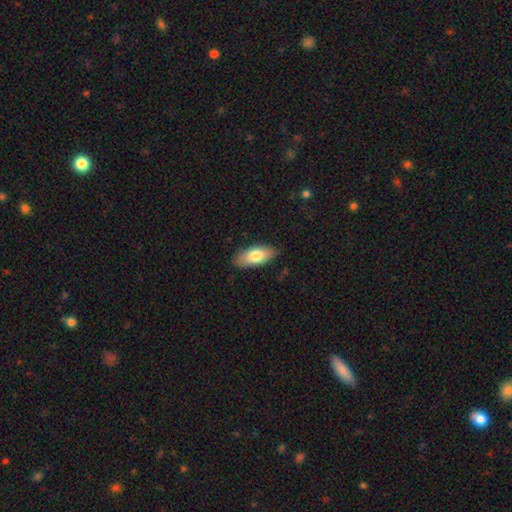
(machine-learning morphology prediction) The model was most divided on "smooth or featured": smooth: 78%, featured or disk: 16%, star or artifact: 6%. More confident: how rounded — in between (85%); merging — none (85%).